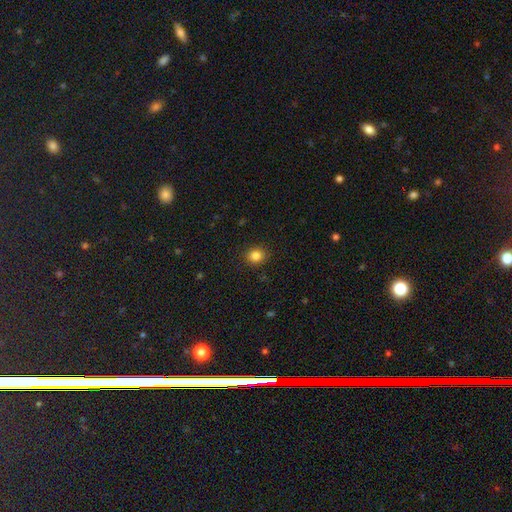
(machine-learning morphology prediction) This is clearly a smooth galaxy (84%). How rounded: likely round (77%). Merging: clearly none (90%).